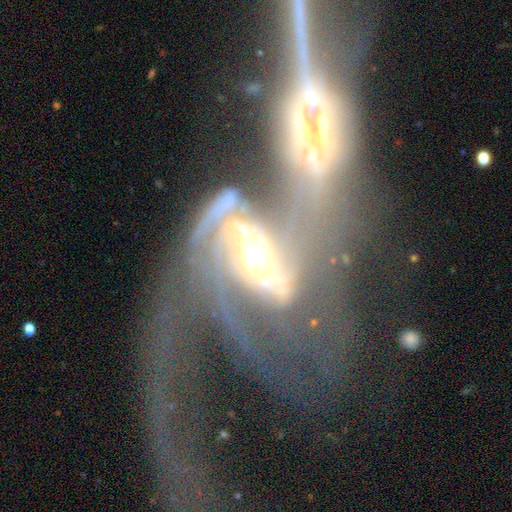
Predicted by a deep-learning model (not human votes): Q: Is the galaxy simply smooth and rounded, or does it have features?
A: featured or disk — 85%.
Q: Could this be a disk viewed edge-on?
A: no — 94%.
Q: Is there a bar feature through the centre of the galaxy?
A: no — 35%.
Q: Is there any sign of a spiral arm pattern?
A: yes — 89%.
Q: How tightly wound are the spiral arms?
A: medium — 38%.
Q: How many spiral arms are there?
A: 2 — 42%.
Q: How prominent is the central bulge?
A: moderate — 60%.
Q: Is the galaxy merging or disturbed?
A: merger — 59%.